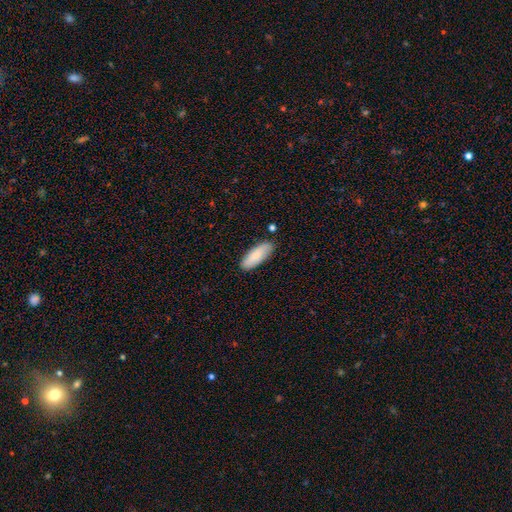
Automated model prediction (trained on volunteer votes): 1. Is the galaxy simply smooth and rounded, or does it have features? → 82% smooth, 12% featured or disk, 6% star or artifact.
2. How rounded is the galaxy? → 67% in between, 31% cigar-shaped, 2% round.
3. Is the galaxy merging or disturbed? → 84% none, 12% minor disturbance, 2% major disturbance, 2% merger.